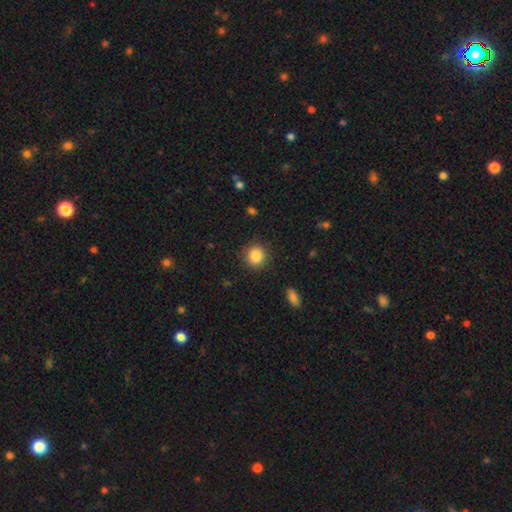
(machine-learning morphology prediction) smooth-or-featured: smooth: 86% | star or artifact: 9% | featured or disk: 5%
  how-rounded: round: 91% | in between: 8% | cigar-shaped: 1%
  merging: none: 89% | minor disturbance: 7% | major disturbance: 2% | merger: 1%